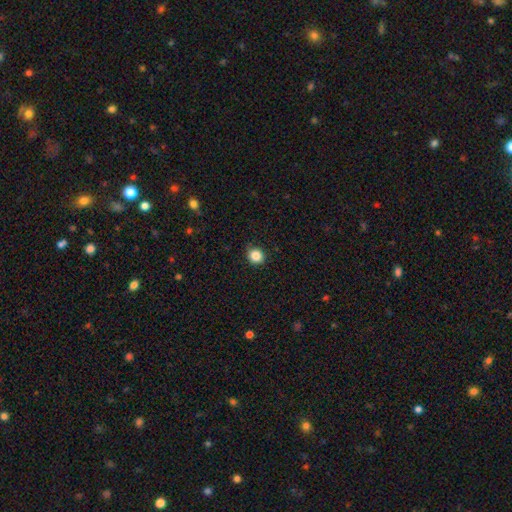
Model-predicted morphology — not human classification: Smooth or featured?
  - smooth: 85% *
  - star or artifact: 10%
  - featured or disk: 4%
How rounded?
  - round: 84% *
  - in between: 15%
  - cigar-shaped: 1%
Merging?
  - none: 90% *
  - minor disturbance: 8%
  - major disturbance: 2%
  - merger: 1%